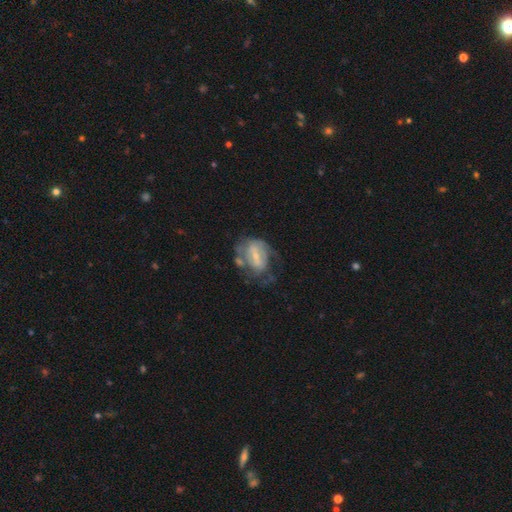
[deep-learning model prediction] This appears to be a featured or disk galaxy (69%) with a weak bar (46%), spiral arms (67%) and a small central bulge (57%). Merging: none (35%).